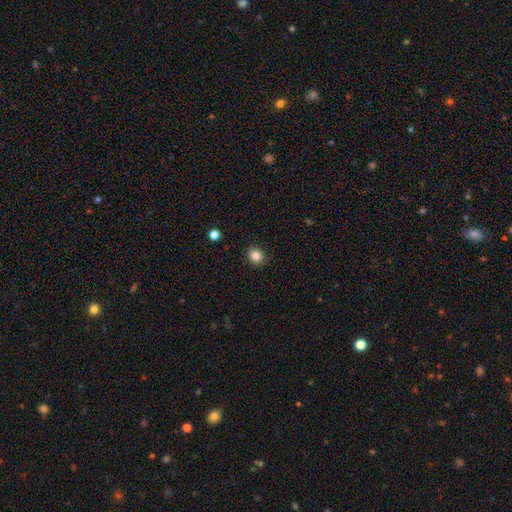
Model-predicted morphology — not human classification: The model was most divided on "how rounded": round: 80%, in between: 19%, cigar-shaped: 1%. More confident: merging — none (91%); smooth or featured — smooth (83%).